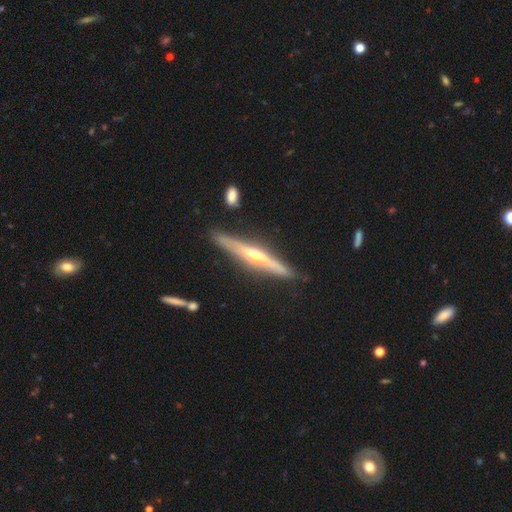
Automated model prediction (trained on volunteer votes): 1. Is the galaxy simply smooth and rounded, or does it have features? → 81% featured or disk, 14% smooth, 5% star or artifact.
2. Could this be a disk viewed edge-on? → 97% yes, 3% no.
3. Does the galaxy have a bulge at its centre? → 87% rounded, 9% none, 5% boxy.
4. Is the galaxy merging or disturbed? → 85% none, 10% minor disturbance, 2% merger, 2% major disturbance.